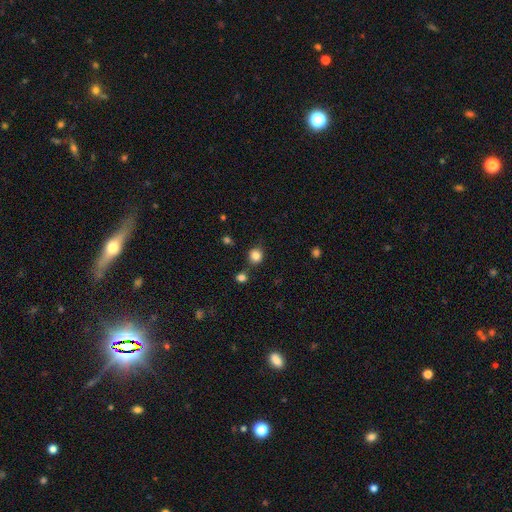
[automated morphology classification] Smooth or featured: smooth — 84% (star or artifact — 11%)
How rounded: round — 81% (in between — 18%)
Merging: none — 77% (minor disturbance — 13%)